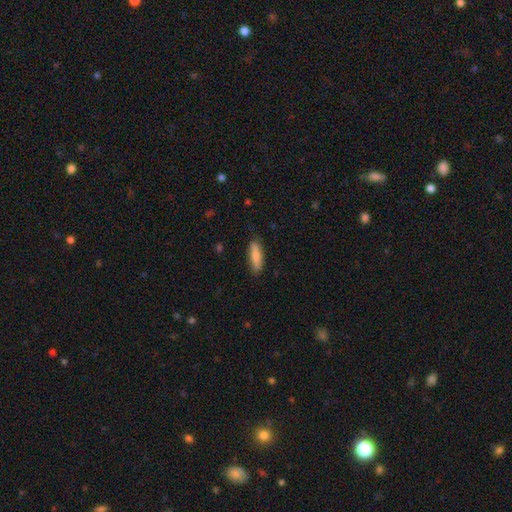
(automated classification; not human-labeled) smooth 78%, featured or disk 16%, star or artifact 6%. Down the decision tree: how rounded — cigar-shaped (61%); merging — none (85%).